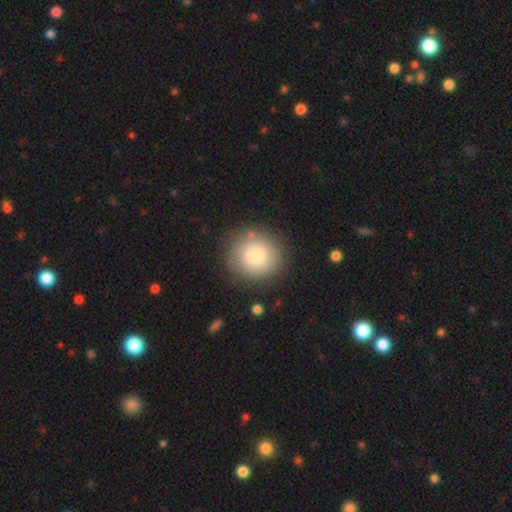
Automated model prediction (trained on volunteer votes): Morphology: type=smooth (80%); roundness=round (93%); merging=none (85%).